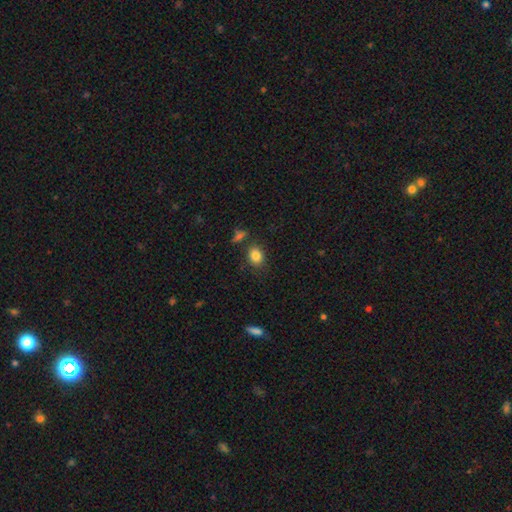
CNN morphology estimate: Overall: smooth (84%). How rounded: in between (55%; round 44%). Merging: none (78%).